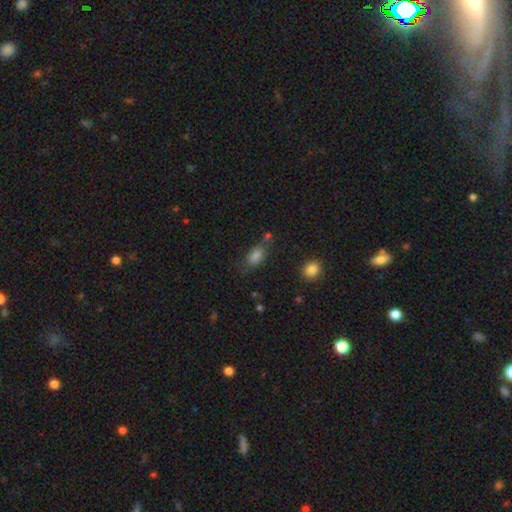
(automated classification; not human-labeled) Smooth or featured: smooth — 79% (star or artifact — 13%)
How rounded: in between — 83% (round — 11%)
Merging: none — 61% (minor disturbance — 20%)